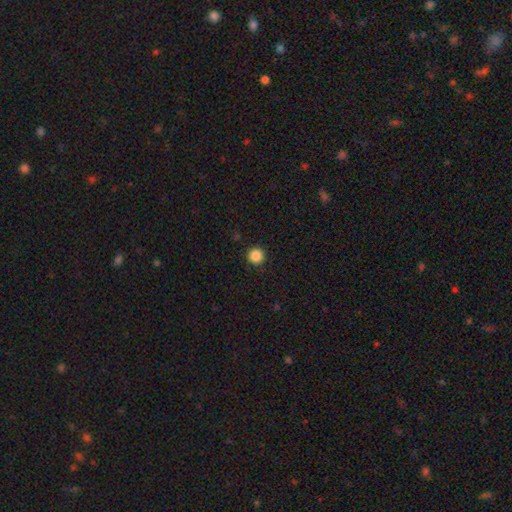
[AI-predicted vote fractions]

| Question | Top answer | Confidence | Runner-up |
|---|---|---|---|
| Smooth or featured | smooth | 87% | star or artifact (10%) |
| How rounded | round | 96% | in between (3%) |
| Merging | none | 93% | minor disturbance (5%) |